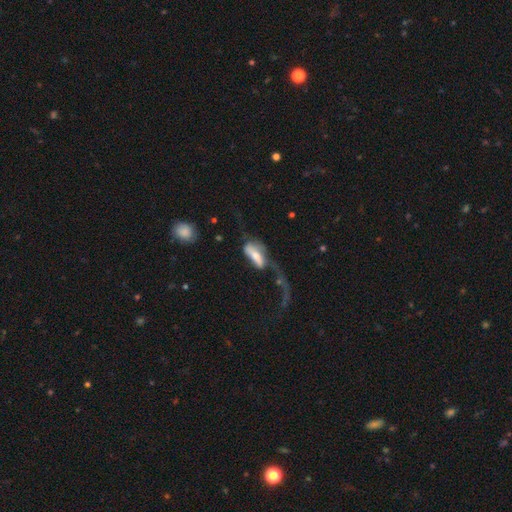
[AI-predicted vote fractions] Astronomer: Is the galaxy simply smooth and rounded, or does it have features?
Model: featured or disk — 47% (runner-up: smooth, 46%).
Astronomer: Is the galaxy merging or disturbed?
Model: major disturbance — 61%.